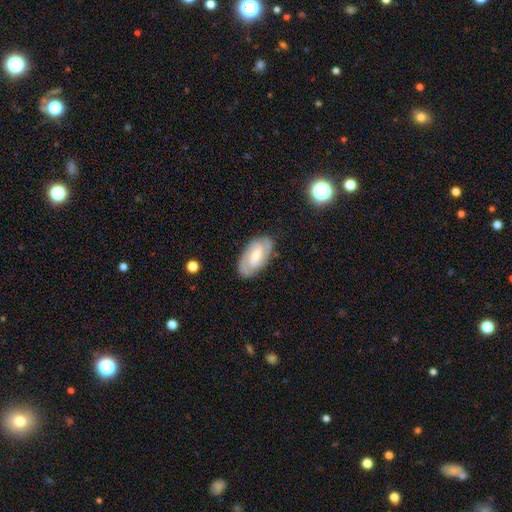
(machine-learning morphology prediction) This appears to be a featured or disk galaxy (74%) with a weak bar (52%), 2 (73%) tight (49%) spiral arms (91%) and a moderate central bulge (49%). Merging: none (81%).